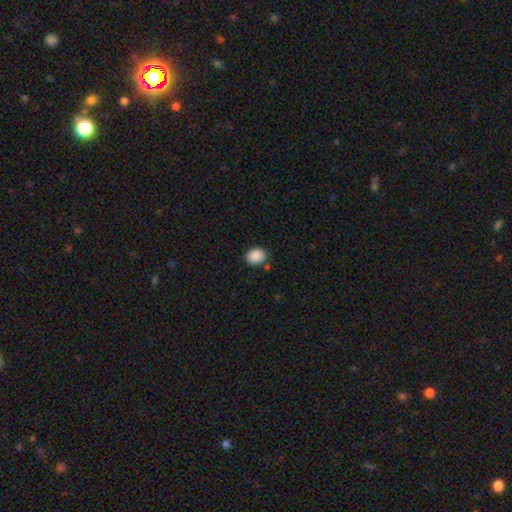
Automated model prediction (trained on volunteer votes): smooth_or_featured: smooth (p=0.89) [alt: star or artifact p=0.08]
how_rounded: in between (p=0.51) [alt: round p=0.48]
merging: none (p=0.82) [alt: minor disturbance p=0.11]